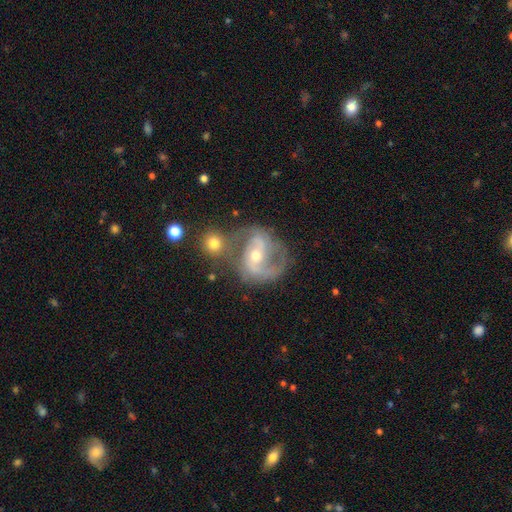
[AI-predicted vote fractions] Smooth or featured: featured or disk — 86% (smooth — 8%)
Edge-on disk: no — 97% (yes — 3%)
Bar: weak — 40% (no — 33%)
Spiral arms: yes — 95% (no — 5%)
Spiral winding: medium — 54% (loose — 24%)
Spiral arm count: 2 — 83% (can't tell — 6%)
Bulge size: moderate — 53% (small — 43%)
Merging: none — 49% (merger — 22%)